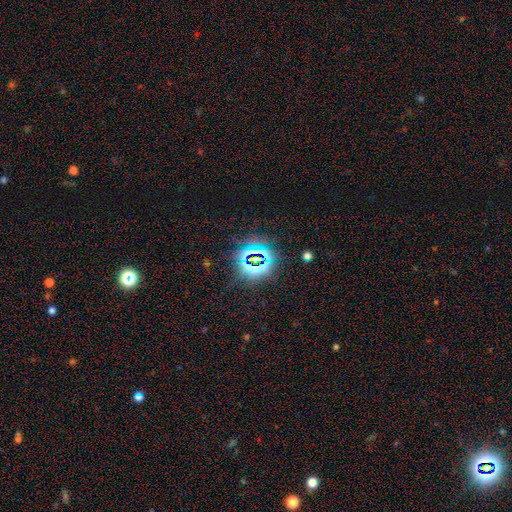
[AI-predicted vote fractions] Overall: star or artifact (80%).